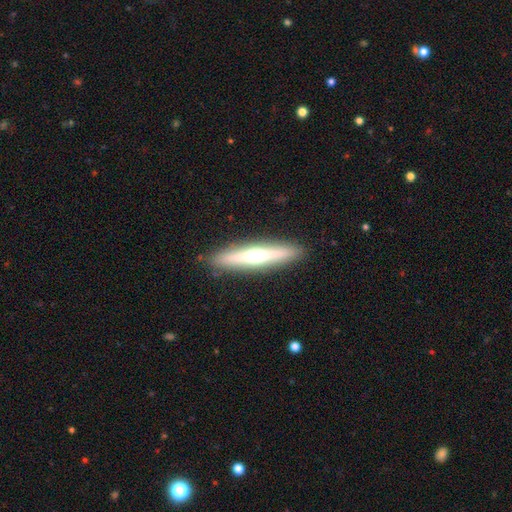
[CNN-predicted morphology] type=featured or disk (57%); edge-on=yes (94%); edge-on bulge=rounded (88%); merging=none (91%).